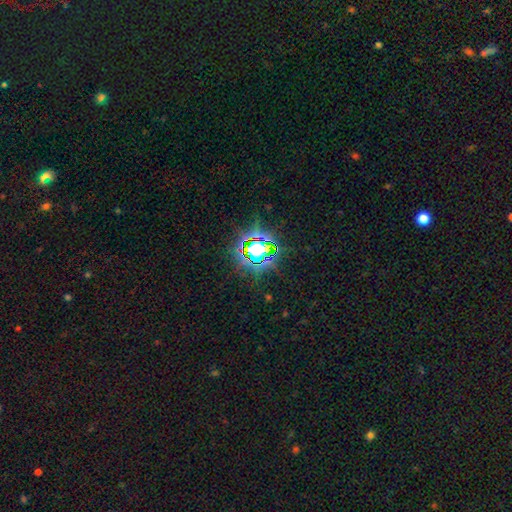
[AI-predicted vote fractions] Smooth or featured?
  - star or artifact: 80% *
  - smooth: 12%
  - featured or disk: 8%